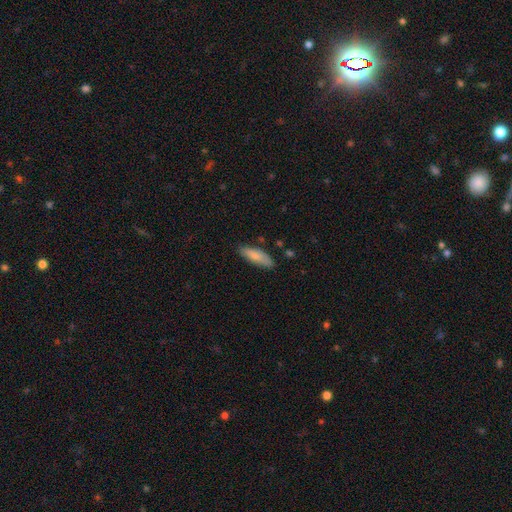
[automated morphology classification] This appears to be a smooth galaxy with no disk features (82%) that is in between round and cigar-shaped (54%). Merging: none (81%).